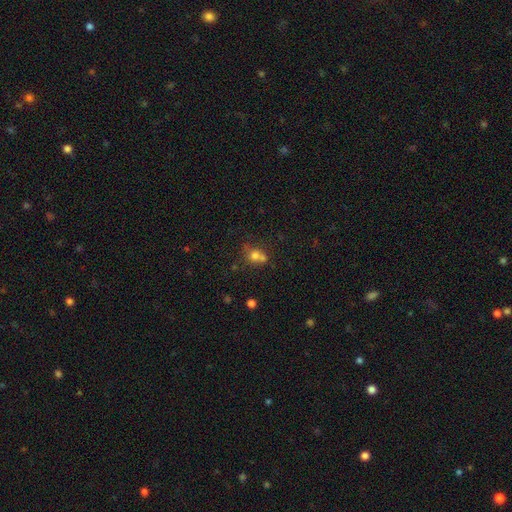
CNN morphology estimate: A smooth galaxy with no disk features (71%) that is round (71%). Merging: merger (43%).